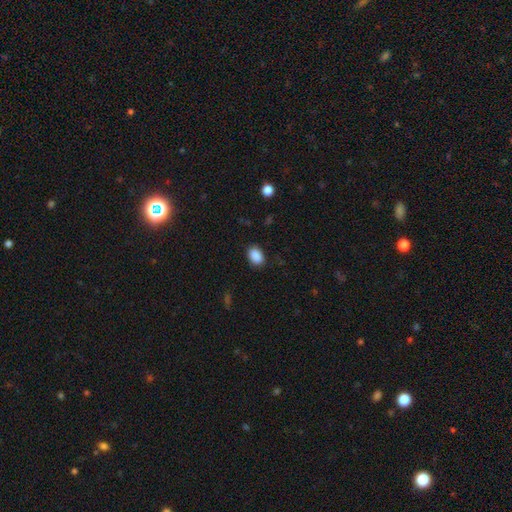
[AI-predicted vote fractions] A smooth galaxy with no disk features (89%) that is in between round and cigar-shaped (80%). Merging: none (86%).